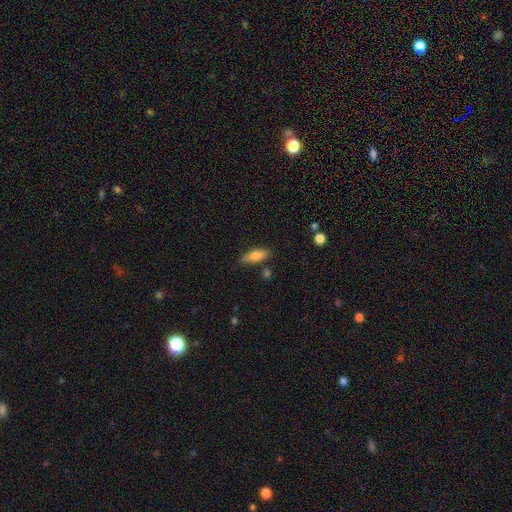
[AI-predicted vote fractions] smooth_or_featured: smooth (p=0.80) [alt: featured or disk p=0.13]
how_rounded: in between (p=0.64) [alt: cigar-shaped p=0.34]
merging: none (p=0.79) [alt: minor disturbance p=0.14]